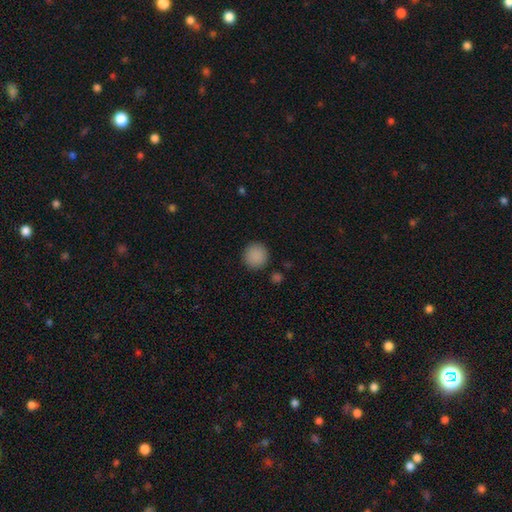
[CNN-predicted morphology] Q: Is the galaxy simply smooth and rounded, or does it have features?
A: smooth — 89%.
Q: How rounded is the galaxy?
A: round — 94%.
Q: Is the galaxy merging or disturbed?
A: none — 90%.